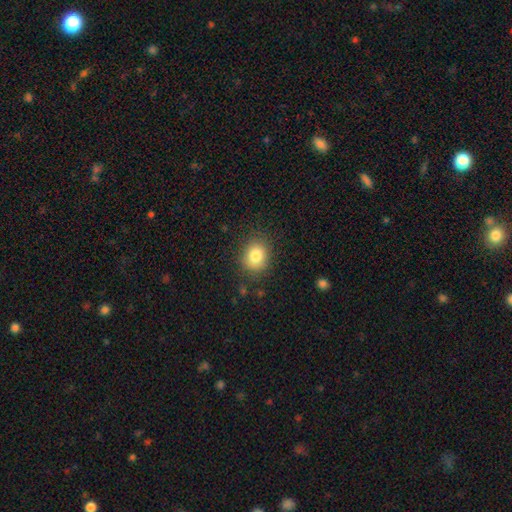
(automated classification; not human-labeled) Smooth or featured?
  - smooth: 82% *
  - star or artifact: 10%
  - featured or disk: 8%
How rounded?
  - round: 63% *
  - in between: 36%
  - cigar-shaped: 1%
Merging?
  - none: 83% *
  - minor disturbance: 12%
  - major disturbance: 4%
  - merger: 1%